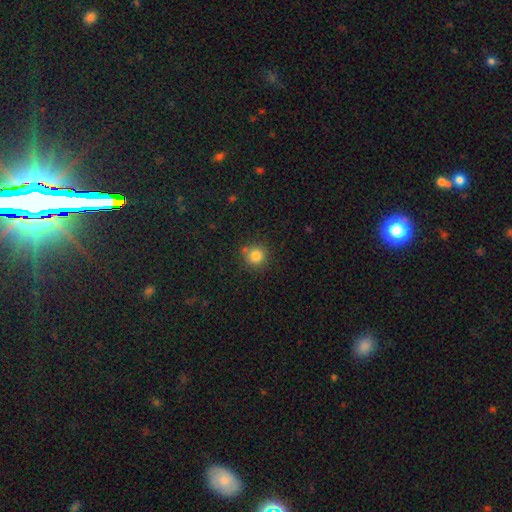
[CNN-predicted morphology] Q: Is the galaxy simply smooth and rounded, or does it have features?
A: smooth — 82%.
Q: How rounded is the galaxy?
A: round — 92%.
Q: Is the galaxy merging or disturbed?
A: none — 79%.